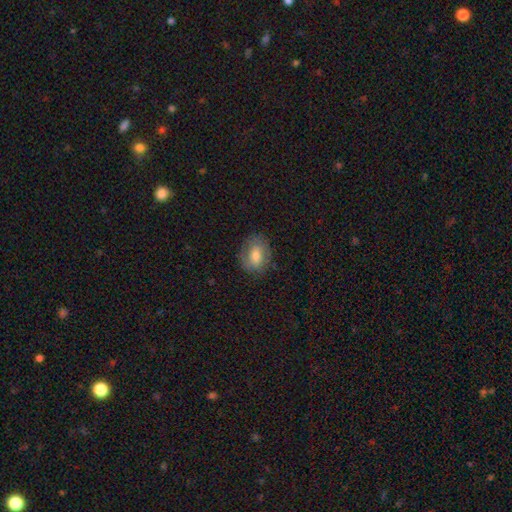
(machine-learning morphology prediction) type=smooth (70%); roundness=in between (58%); merging=none (80%).